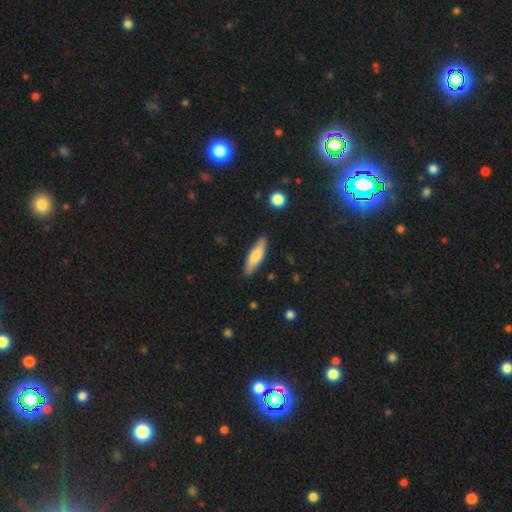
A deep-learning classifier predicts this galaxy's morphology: smooth 72%, featured or disk 23%, star or artifact 5%. Down the decision tree: how rounded — cigar-shaped (62%); merging — none (86%).